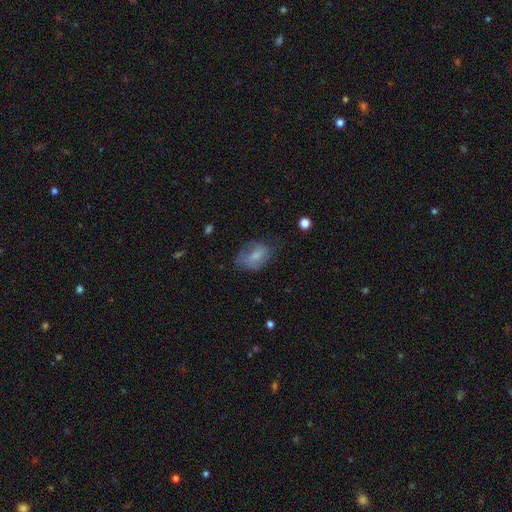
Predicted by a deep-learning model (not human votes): A smooth galaxy with no disk features (62%) that is in between round and cigar-shaped (85%). Merging: none (55%).